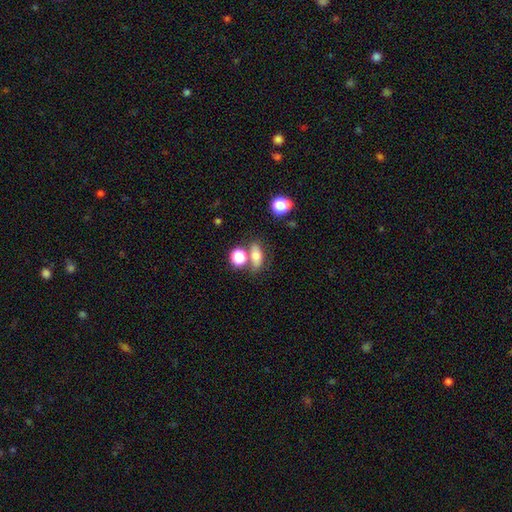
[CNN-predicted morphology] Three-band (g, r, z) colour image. It shows a smooth galaxy with no disk features (67%) that is in between round and cigar-shaped (59%). Merging: none (63%).